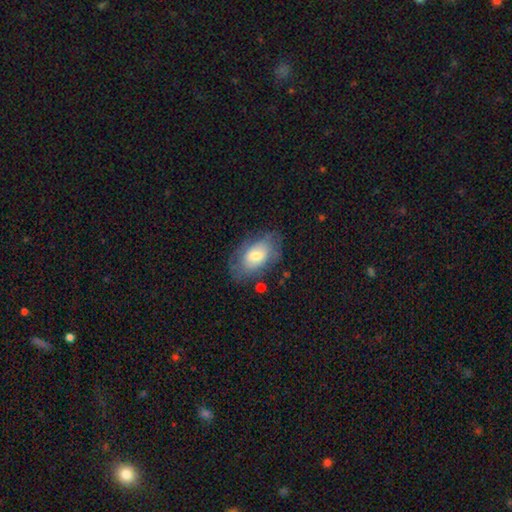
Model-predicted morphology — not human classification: Overall: smooth (65%; featured or disk 28%). How rounded: in between (91%). Merging: none (68%).